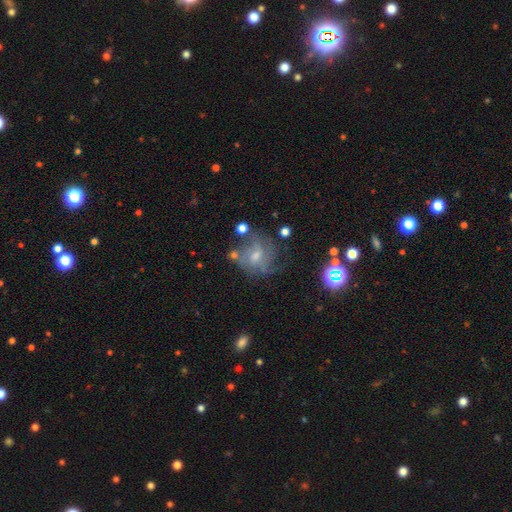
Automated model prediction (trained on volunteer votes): smooth_or_featured: featured or disk (p=0.60) [alt: smooth p=0.21]
disk_edge_on: no (p=0.96) [alt: yes p=0.04]
bar: no (p=0.47) [alt: weak p=0.45]
has_spiral_arms: yes (p=0.79) [alt: no p=0.21]
bulge_size: small (p=0.47) [alt: moderate p=0.43]
merging: none (p=0.58) [alt: minor disturbance p=0.19]